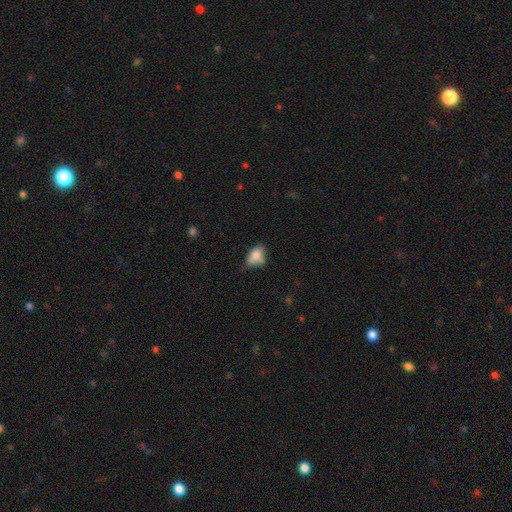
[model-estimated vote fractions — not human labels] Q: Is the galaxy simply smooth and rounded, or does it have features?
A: smooth — 79%.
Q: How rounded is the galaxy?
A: in between — 85%.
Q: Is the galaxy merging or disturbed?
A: minor disturbance — 40%.